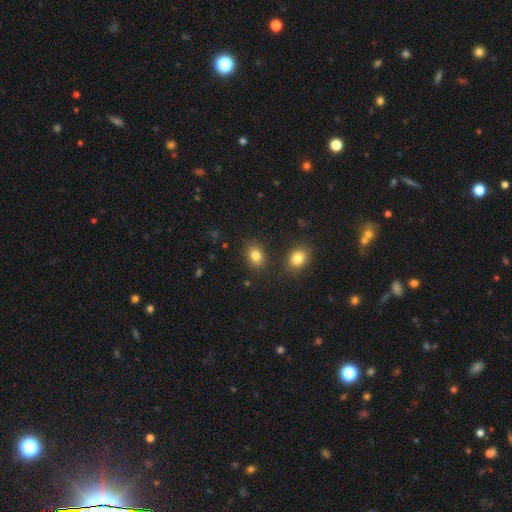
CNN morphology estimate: smooth-or-featured: smooth: 83% | star or artifact: 10% | featured or disk: 6%
  how-rounded: in between: 59% | round: 40% | cigar-shaped: 1%
  merging: none: 83% | minor disturbance: 10% | merger: 4% | major disturbance: 3%